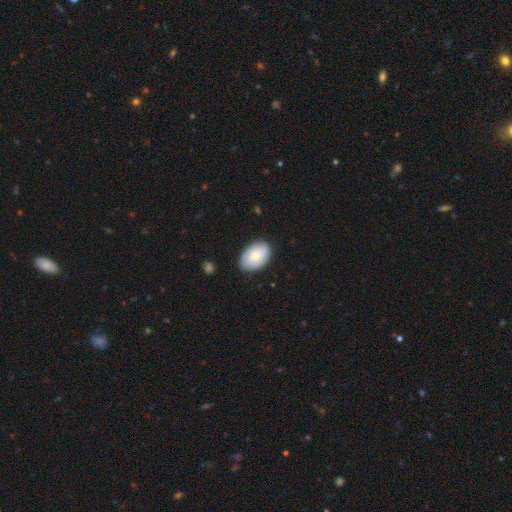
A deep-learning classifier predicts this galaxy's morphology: Smooth or featured? smooth (69%)
How rounded? in between (88%)
Merging? none (83%)